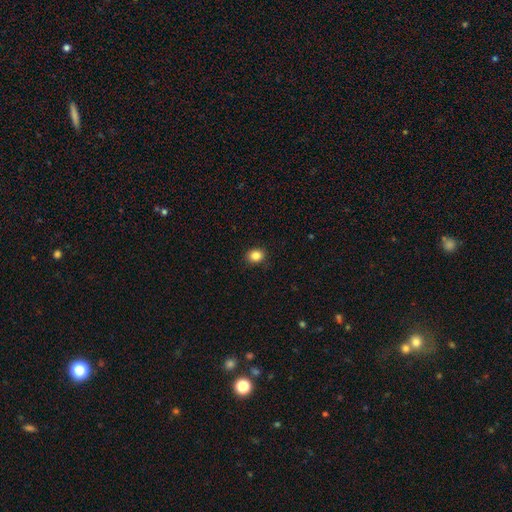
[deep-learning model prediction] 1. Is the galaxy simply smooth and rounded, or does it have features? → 86% smooth, 10% star or artifact, 4% featured or disk.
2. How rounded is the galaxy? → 56% round, 43% in between, 1% cigar-shaped.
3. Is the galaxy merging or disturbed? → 89% none, 8% minor disturbance, 2% major disturbance, 1% merger.